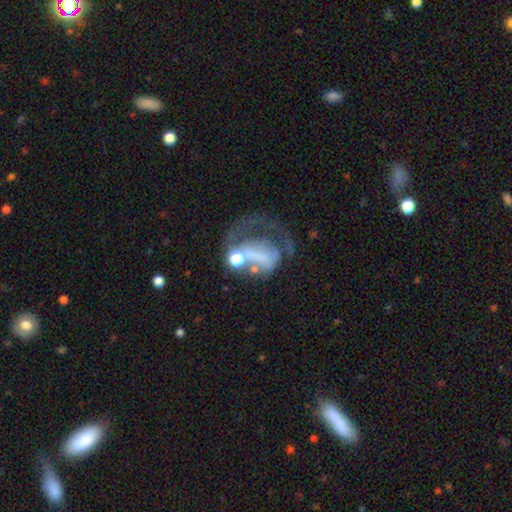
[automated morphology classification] The model was most divided on "spiral arms": no: 57%, yes: 43%. More confident: edge-on disk — no (97%); bar — no (61%); smooth or featured — featured or disk (55%); bulge size — none (53%); merging — major disturbance (51%).